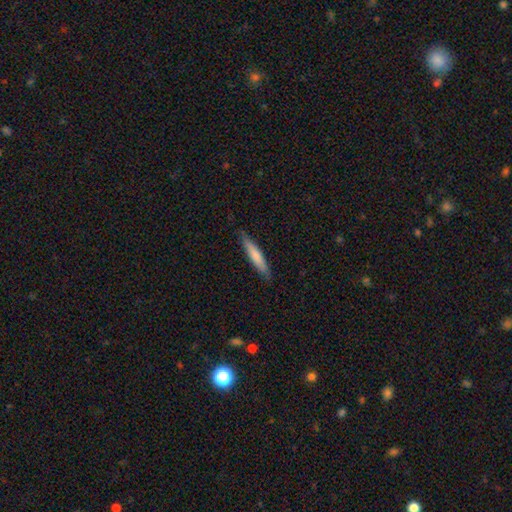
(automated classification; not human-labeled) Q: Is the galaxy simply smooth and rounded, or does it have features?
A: smooth — 73%.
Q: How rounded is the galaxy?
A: cigar-shaped — 91%.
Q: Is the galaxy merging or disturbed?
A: none — 86%.